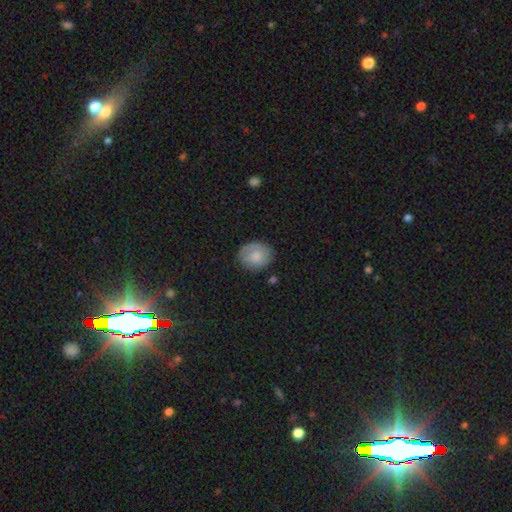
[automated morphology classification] Smooth or featured: smooth — 74% (featured or disk — 18%)
How rounded: round — 65% (in between — 34%)
Merging: none — 74% (minor disturbance — 19%)